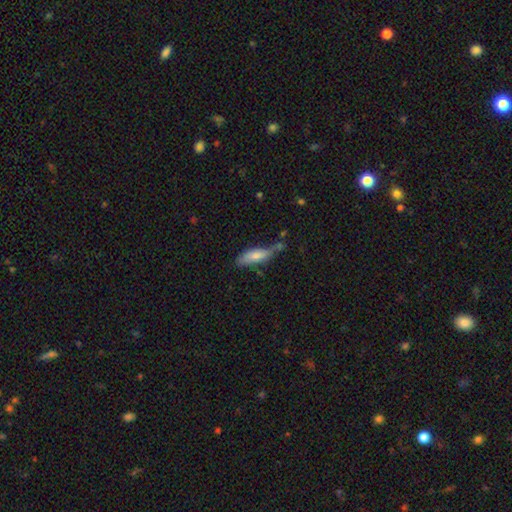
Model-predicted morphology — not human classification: This is likely a smooth galaxy (75%). How rounded: possibly cigar-shaped (51%). Merging: possibly none (46%).